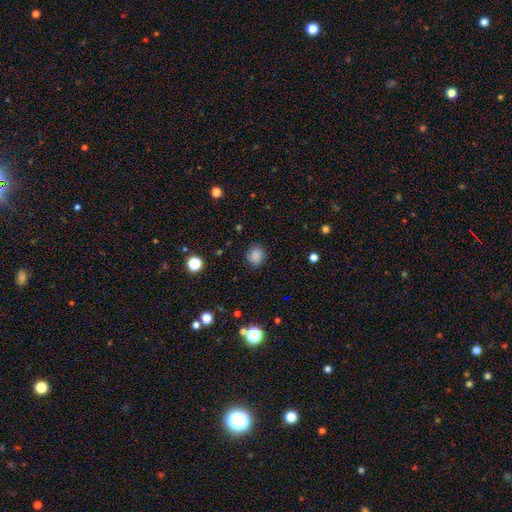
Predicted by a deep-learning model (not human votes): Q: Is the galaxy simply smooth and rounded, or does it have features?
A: smooth — 83%.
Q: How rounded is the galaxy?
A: round — 84%.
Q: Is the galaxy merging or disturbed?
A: none — 85%.